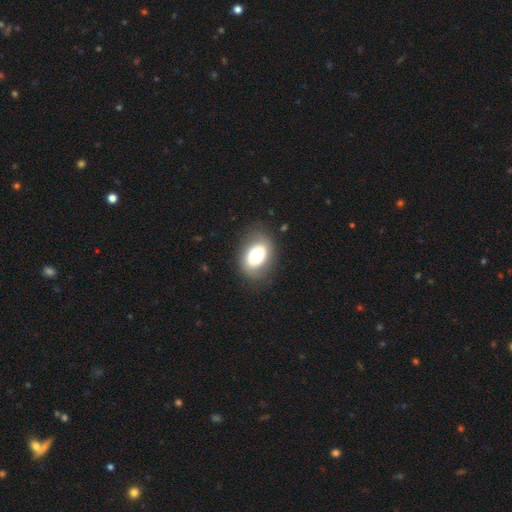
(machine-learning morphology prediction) Q: Smooth or featured?
A: smooth (64%); runner-up: featured or disk (28%)
Q: How rounded?
A: in between (79%); runner-up: round (20%)
Q: Merging?
A: none (79%); runner-up: minor disturbance (14%)